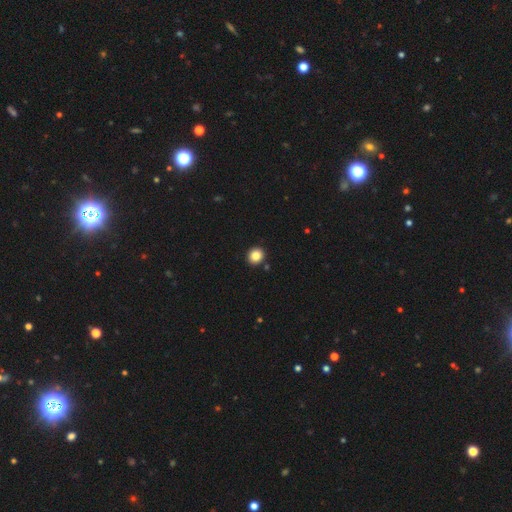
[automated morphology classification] This is clearly a smooth galaxy (86%). How rounded: clearly round (83%). Merging: clearly none (91%).